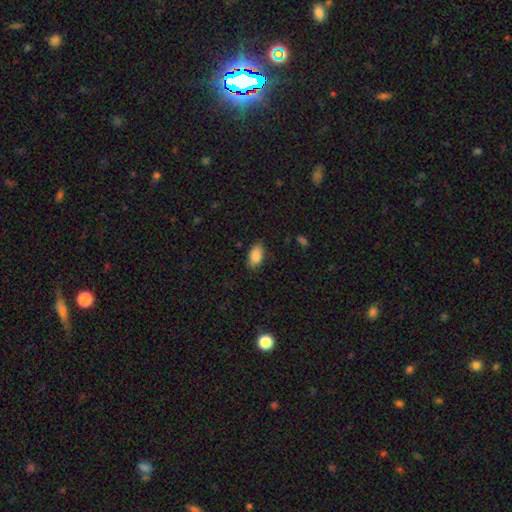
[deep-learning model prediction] The model was most divided on "merging": none: 83%, minor disturbance: 13%, major disturbance: 3%, merger: 1%. More confident: how rounded — in between (93%); smooth or featured — smooth (89%).